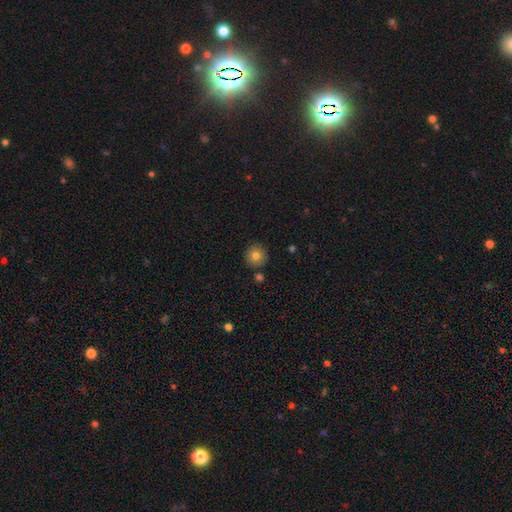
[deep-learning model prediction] Q: Smooth or featured?
A: smooth (80%); runner-up: star or artifact (10%)
Q: How rounded?
A: round (94%); runner-up: in between (5%)
Q: Merging?
A: none (87%); runner-up: minor disturbance (7%)